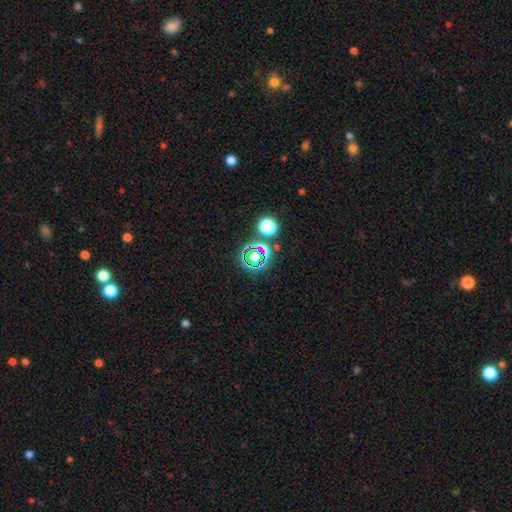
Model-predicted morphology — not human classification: smooth_or_featured: star or artifact (p=0.62) [alt: smooth p=0.27]